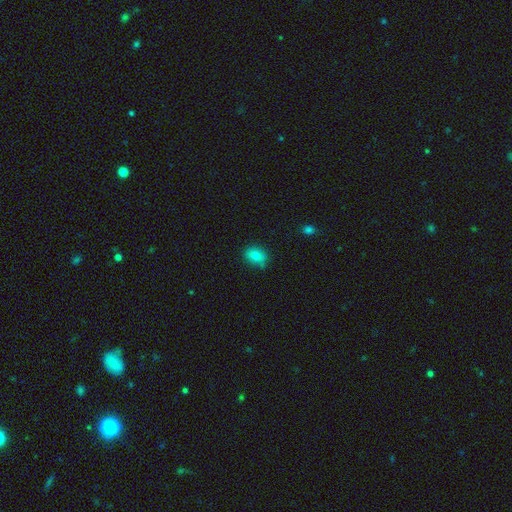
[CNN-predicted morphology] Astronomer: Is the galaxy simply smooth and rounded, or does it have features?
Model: smooth — 81%.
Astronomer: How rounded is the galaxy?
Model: in between — 63%.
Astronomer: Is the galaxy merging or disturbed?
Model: none — 75%.